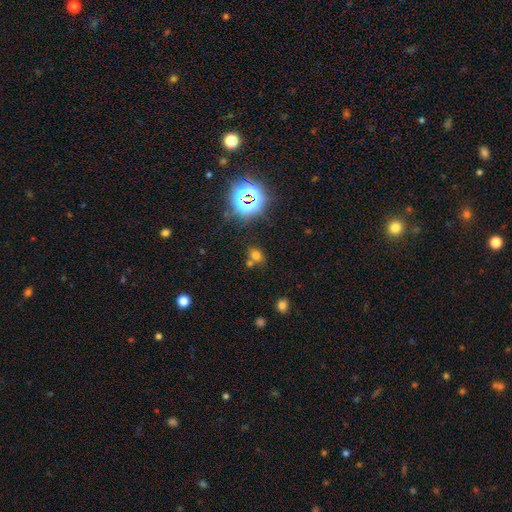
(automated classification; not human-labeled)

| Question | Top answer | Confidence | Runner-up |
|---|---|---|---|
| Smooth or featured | smooth | 60% | star or artifact (32%) |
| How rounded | round | 55% | in between (44%) |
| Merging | none | 63% | merger (21%) |